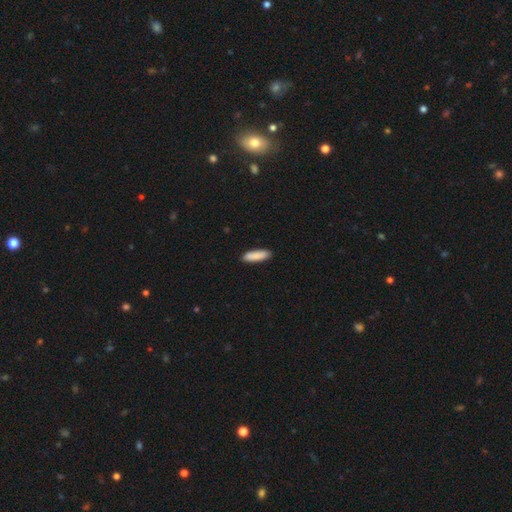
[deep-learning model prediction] Overall: smooth (89%). How rounded: cigar-shaped (60%; in between 39%). Merging: none (89%).